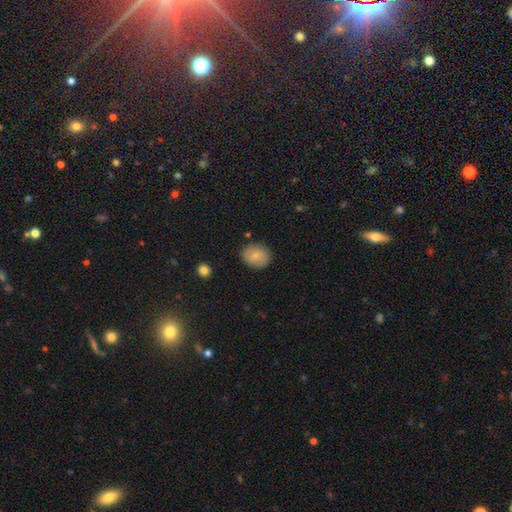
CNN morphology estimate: Q: Smooth or featured?
A: smooth (81%); runner-up: featured or disk (11%)
Q: How rounded?
A: round (55%); runner-up: in between (44%)
Q: Merging?
A: none (85%); runner-up: minor disturbance (11%)